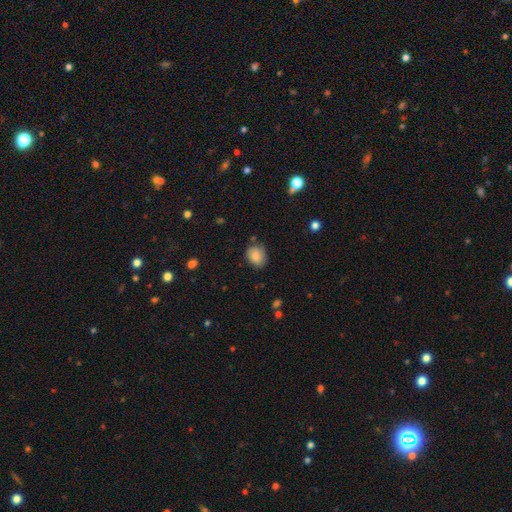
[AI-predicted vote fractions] Morphology: type=smooth (83%); roundness=in between (51%); merging=none (73%).